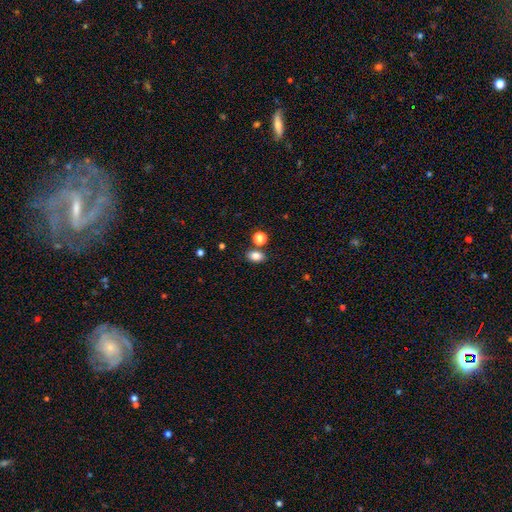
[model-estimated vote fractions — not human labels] smooth_or_featured: smooth (p=0.83) [alt: star or artifact p=0.11]
how_rounded: in between (p=0.80) [alt: round p=0.19]
merging: none (p=0.77) [alt: merger p=0.10]